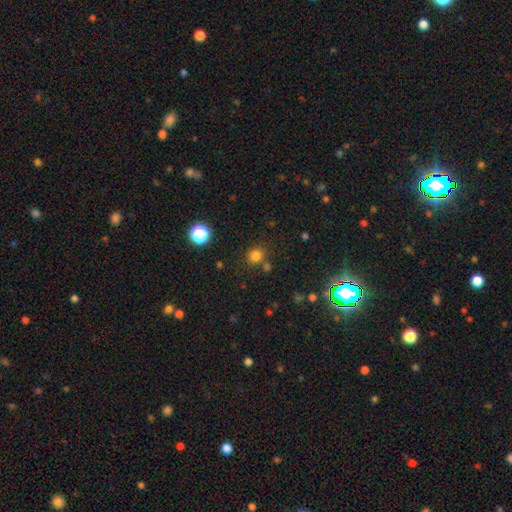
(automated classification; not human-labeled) The model was most divided on "smooth or featured": smooth: 78%, star or artifact: 17%, featured or disk: 5%. More confident: how rounded — round (80%); merging — none (76%).